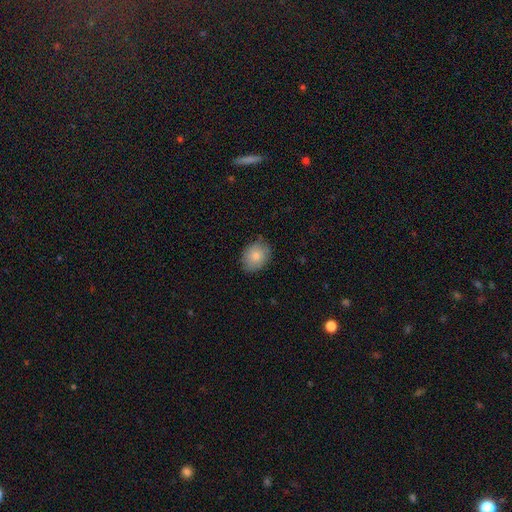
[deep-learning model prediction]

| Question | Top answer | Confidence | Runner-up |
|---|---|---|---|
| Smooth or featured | smooth | 81% | featured or disk (12%) |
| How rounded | in between | 57% | round (42%) |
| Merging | none | 77% | minor disturbance (19%) |